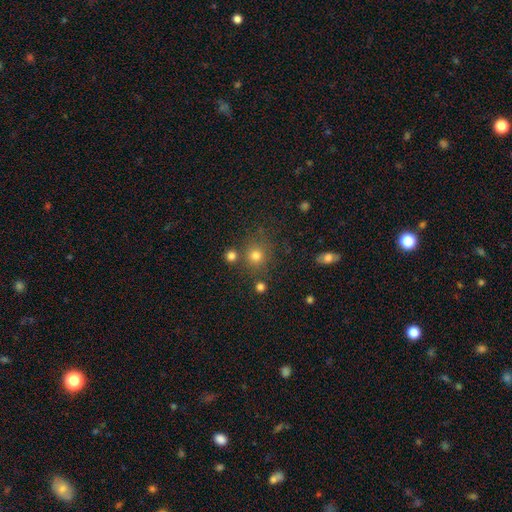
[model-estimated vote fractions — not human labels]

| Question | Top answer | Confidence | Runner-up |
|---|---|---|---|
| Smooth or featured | smooth | 75% | star or artifact (17%) |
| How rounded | round | 84% | in between (15%) |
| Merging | none | 74% | minor disturbance (11%) |